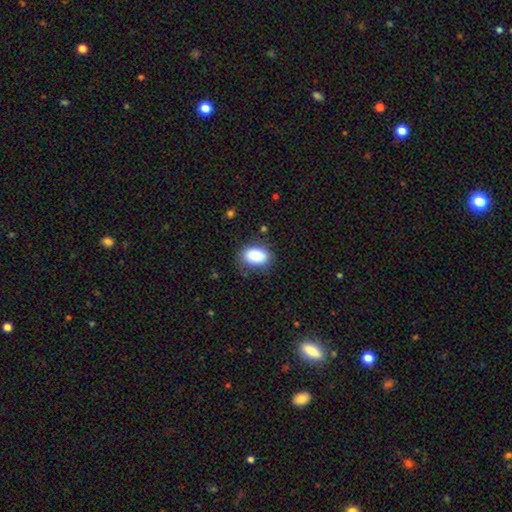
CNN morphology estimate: Smooth or featured? smooth (87%)
How rounded? in between (85%)
Merging? none (80%)